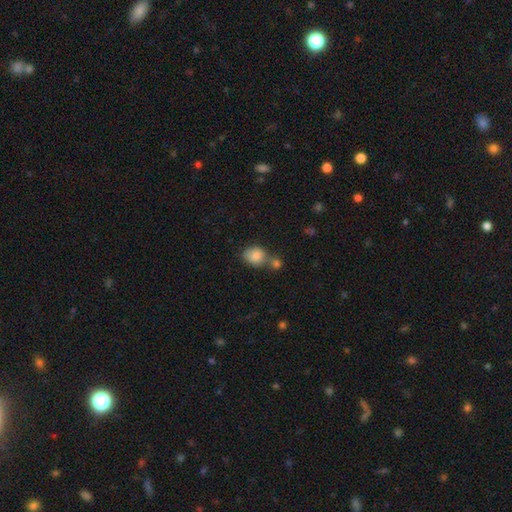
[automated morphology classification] smooth_or_featured: smooth (p=0.83) [alt: star or artifact p=0.09]
how_rounded: round (p=0.51) [alt: in between p=0.47]
merging: none (p=0.44) [alt: merger p=0.36]